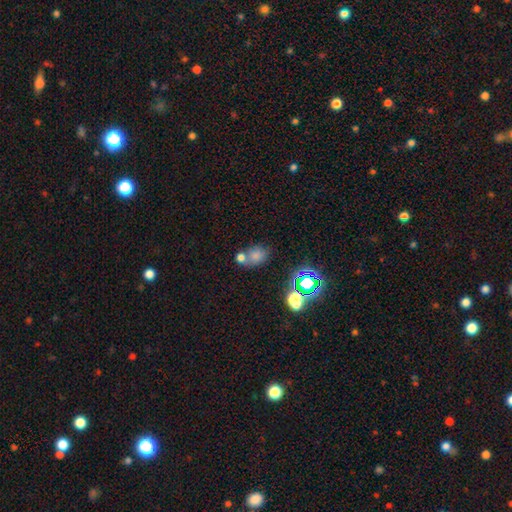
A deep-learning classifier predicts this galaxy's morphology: Smooth or featured?
  - smooth: 69% *
  - star or artifact: 20%
  - featured or disk: 11%
How rounded?
  - in between: 57% *
  - round: 42%
  - cigar-shaped: 1%
Merging?
  - none: 45% *
  - merger: 37%
  - minor disturbance: 12%
  - major disturbance: 5%